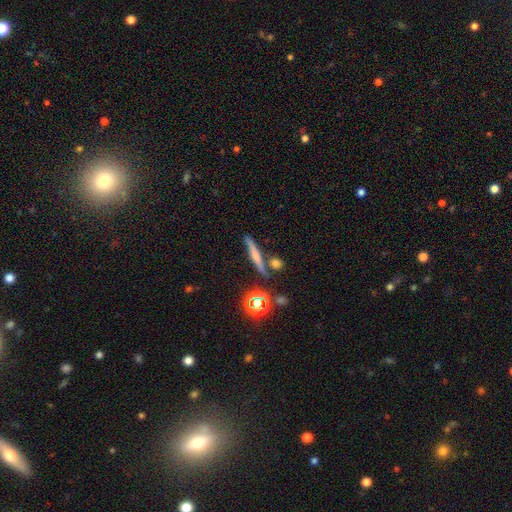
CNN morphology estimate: Smooth or featured? smooth (45%)
Merging? none (77%)